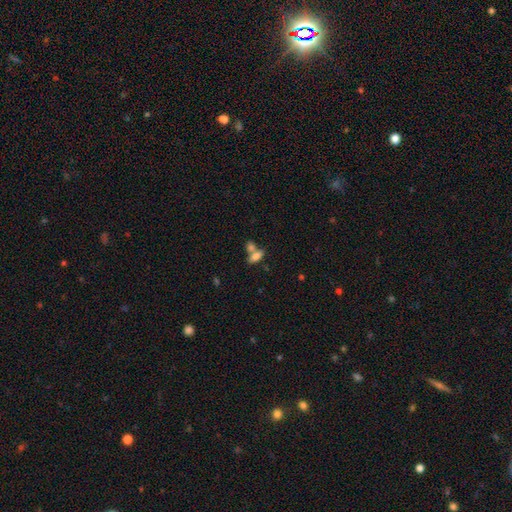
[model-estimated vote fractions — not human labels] The model was most divided on "merging": merger: 49%, none: 38%, minor disturbance: 9%, major disturbance: 4%. More confident: how rounded — in between (81%); smooth or featured — smooth (76%).